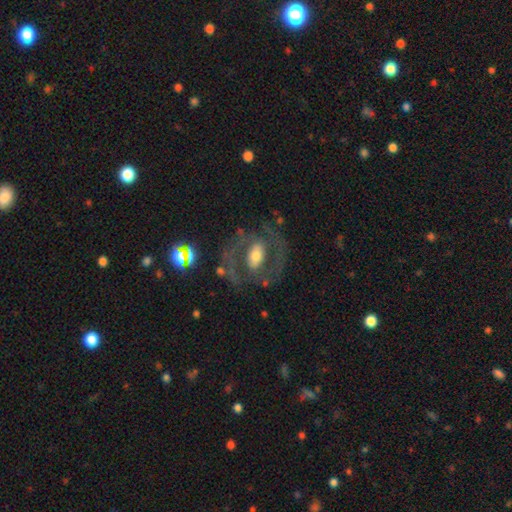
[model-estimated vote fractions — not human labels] Smooth or featured? Predicted: featured or disk (p=0.68). Edge-on disk? Predicted: no (p=0.95). Bar? Predicted: no (p=0.38). Spiral arms? Predicted: yes (p=0.55). Bulge size? Predicted: moderate (p=0.58). Merging? Predicted: none (p=0.67).